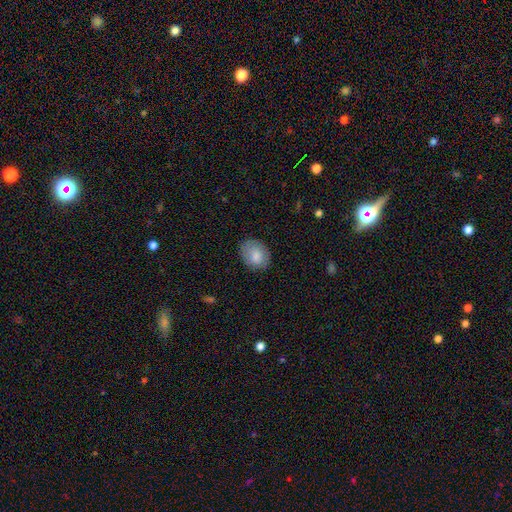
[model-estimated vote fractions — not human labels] This is clearly a smooth galaxy (83%). How rounded: likely in between (64%). Merging: likely none (79%).